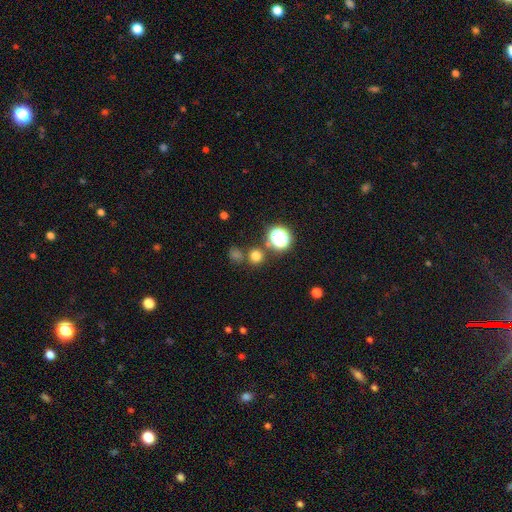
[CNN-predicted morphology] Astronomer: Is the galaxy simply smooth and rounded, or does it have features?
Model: smooth — 70%.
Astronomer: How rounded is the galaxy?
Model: round — 90%.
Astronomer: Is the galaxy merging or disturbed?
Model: none — 76%.